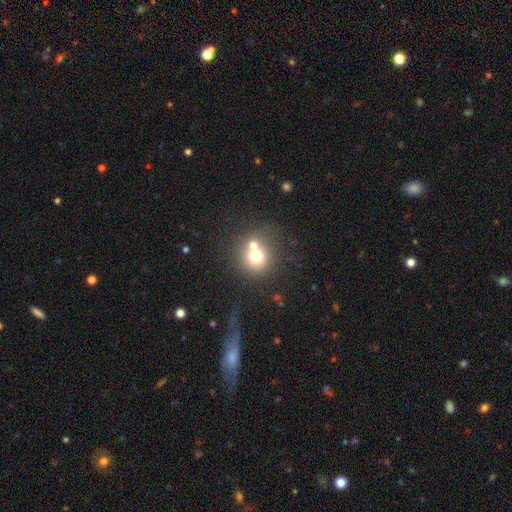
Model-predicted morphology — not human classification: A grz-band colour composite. It shows a smooth galaxy with no disk features (68%) that is round (87%). Merging: none (46%).